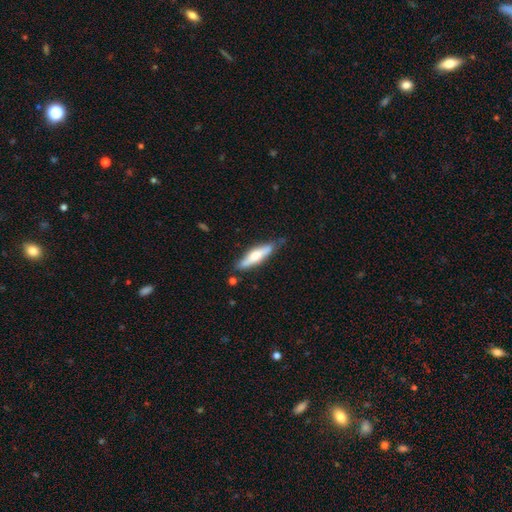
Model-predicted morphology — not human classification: Smooth or featured? Predicted: featured or disk (p=0.48). Merging? Predicted: none (p=0.75).